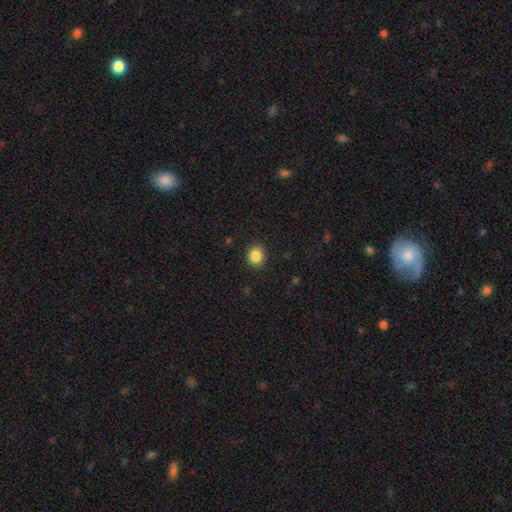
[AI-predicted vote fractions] Smooth or featured? Predicted: smooth (p=0.86). How rounded? Predicted: round (p=0.75). Merging? Predicted: none (p=0.89).